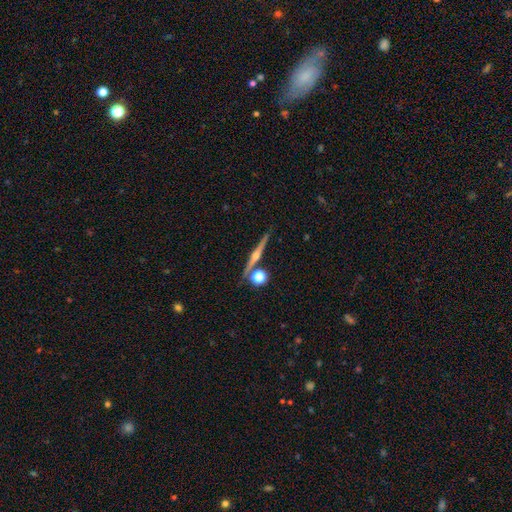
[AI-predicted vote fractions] The model was most divided on "smooth or featured": featured or disk: 77%, smooth: 14%, star or artifact: 8%. More confident: edge-on disk — yes (98%); edge-on bulge — rounded (92%); merging — none (84%).